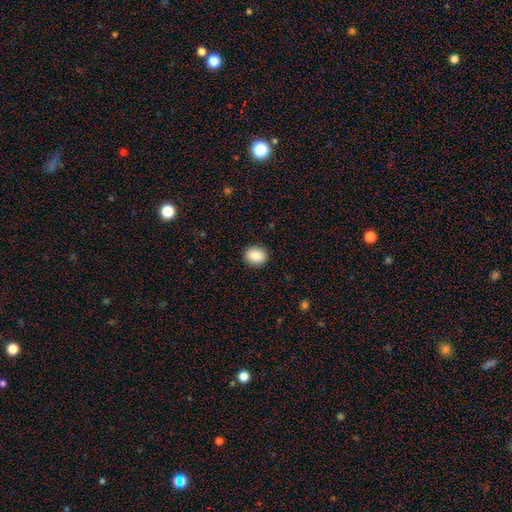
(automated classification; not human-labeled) This appears to be a smooth galaxy with no disk features (87%) that is round (58%). Merging: none (91%).